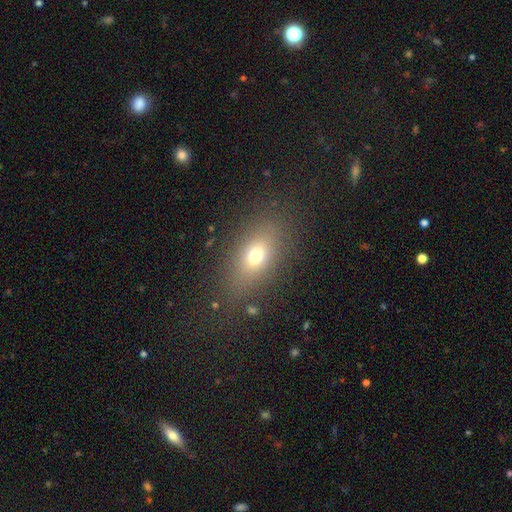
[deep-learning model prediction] Q: Smooth or featured?
A: smooth (68%); runner-up: featured or disk (17%)
Q: How rounded?
A: in between (74%); runner-up: round (19%)
Q: Merging?
A: none (80%); runner-up: minor disturbance (11%)